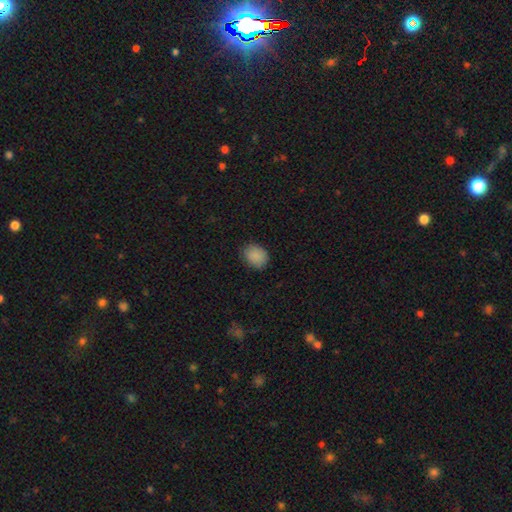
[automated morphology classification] The model was most divided on "how rounded": round: 52%, in between: 47%, cigar-shaped: 1%. More confident: smooth or featured — smooth (88%); merging — none (82%).